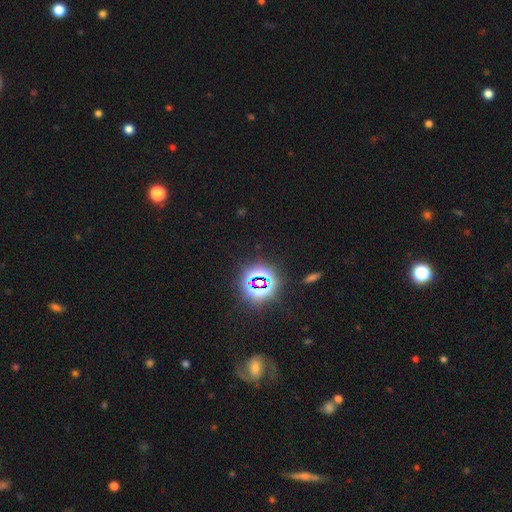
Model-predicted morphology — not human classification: Smooth or featured? Predicted: star or artifact (p=0.81).